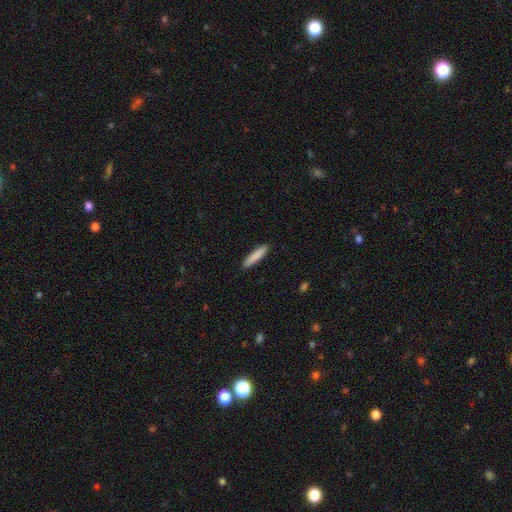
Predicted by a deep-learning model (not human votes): A smooth galaxy with no disk features (85%) that is cigar-shaped (87%). Merging: none (90%).